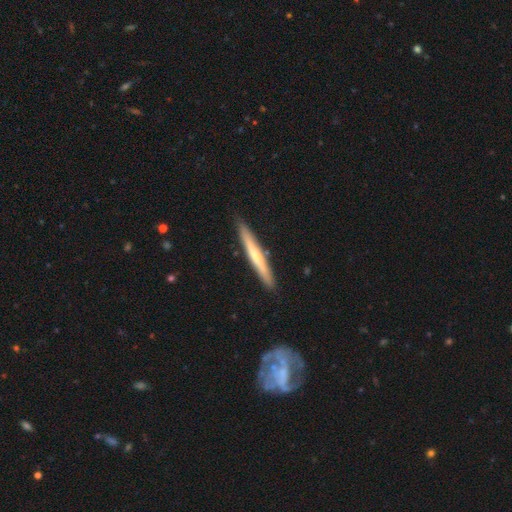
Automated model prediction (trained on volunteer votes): Smooth or featured?
  - featured or disk: 50% *
  - smooth: 44%
  - star or artifact: 5%
Edge-on disk?
  - yes: 95% *
  - no: 5%
Merging?
  - none: 89% *
  - minor disturbance: 8%
  - merger: 1%
  - major disturbance: 1%